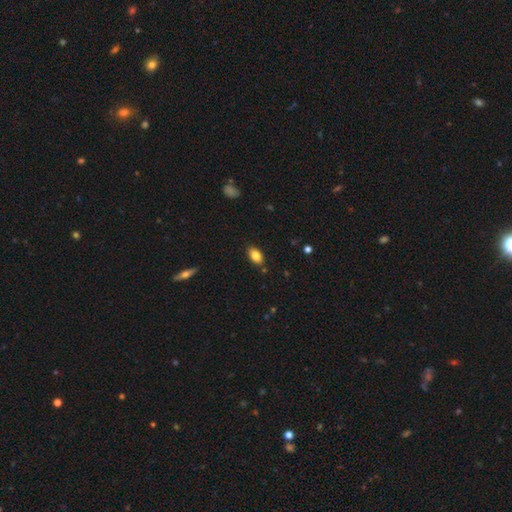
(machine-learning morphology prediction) This is clearly a smooth galaxy (83%). How rounded: clearly in between (90%). Merging: clearly none (84%).